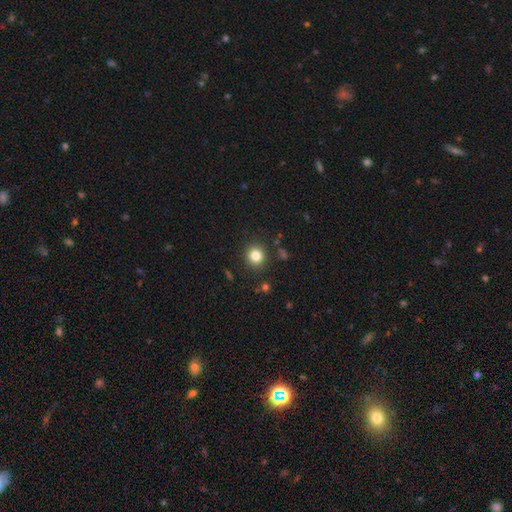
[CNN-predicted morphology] type=smooth (82%); roundness=round (89%); merging=none (89%).